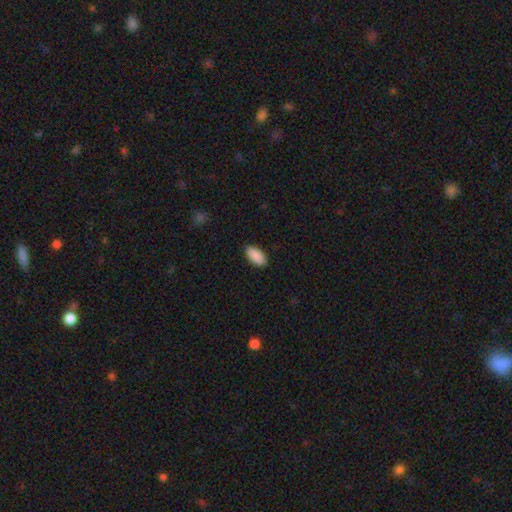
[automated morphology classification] A smooth galaxy with no disk features (91%) that is in between round and cigar-shaped (94%).

Vote fractions:
- Smooth or featured? smooth: 91% / star or artifact: 6% / featured or disk: 3%
- How rounded? in between: 94% / cigar-shaped: 4% / round: 2%
- Merging? none: 89% / minor disturbance: 8% / major disturbance: 2% / merger: 1%